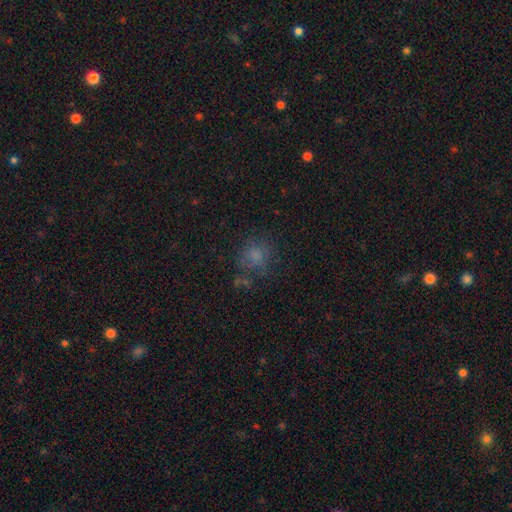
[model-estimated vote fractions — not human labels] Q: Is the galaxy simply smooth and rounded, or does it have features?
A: smooth — 69%.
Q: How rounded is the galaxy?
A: round — 78%.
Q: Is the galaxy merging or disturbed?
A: none — 66%.